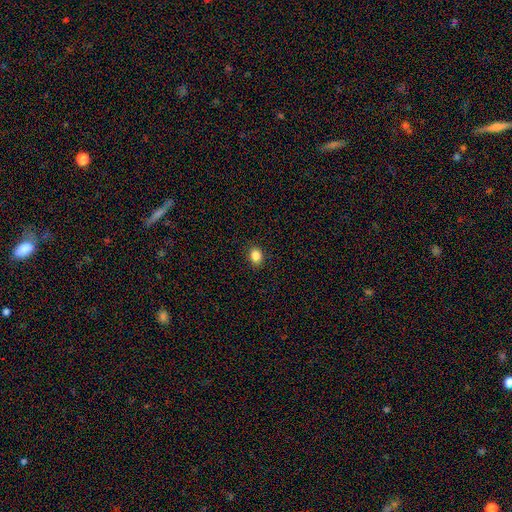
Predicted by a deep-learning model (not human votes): This is clearly a smooth galaxy (85%). How rounded: possibly round (50%). Merging: clearly none (90%).